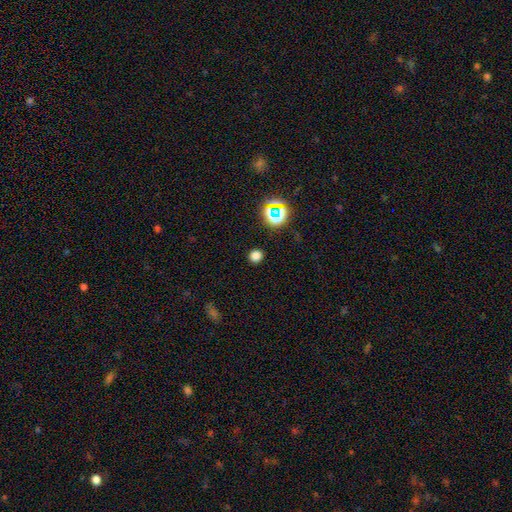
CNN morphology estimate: Smooth or featured? Predicted: smooth (p=0.73). How rounded? Predicted: round (p=0.84). Merging? Predicted: none (p=0.90).